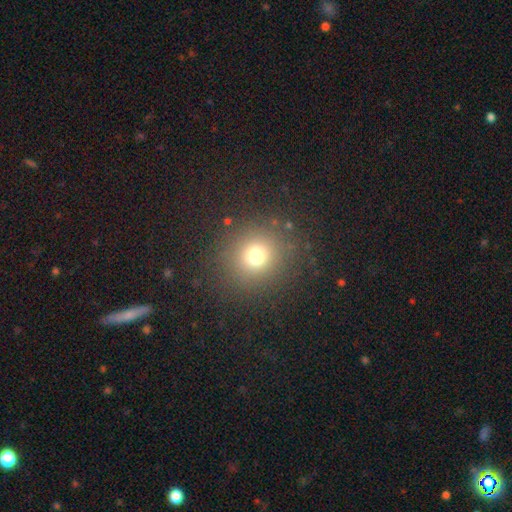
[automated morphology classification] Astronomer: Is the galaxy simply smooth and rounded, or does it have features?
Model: smooth — 72%.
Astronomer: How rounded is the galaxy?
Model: round — 91%.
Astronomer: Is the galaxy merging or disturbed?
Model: none — 86%.